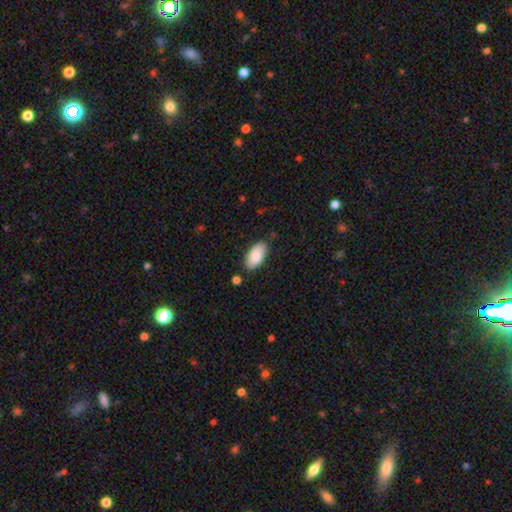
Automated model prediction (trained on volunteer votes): Overall: smooth (86%). How rounded: in between (94%). Merging: none (84%).